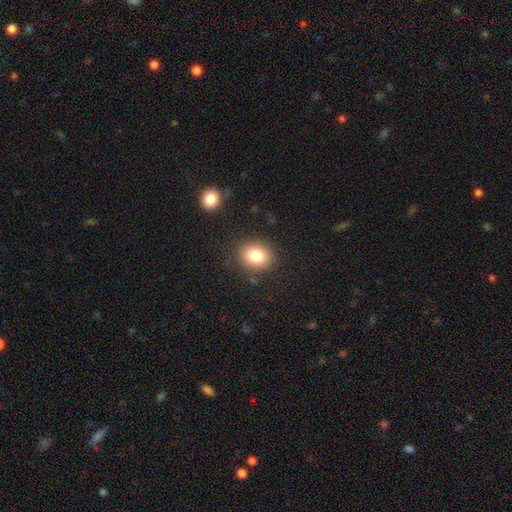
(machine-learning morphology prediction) Smooth or featured? Predicted: smooth (p=0.81). How rounded? Predicted: round (p=0.63). Merging? Predicted: none (p=0.86).